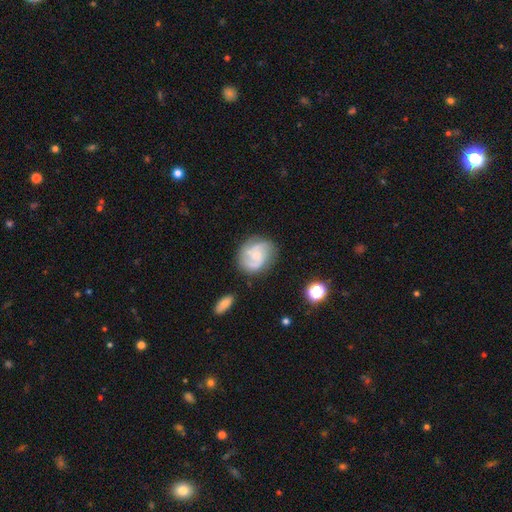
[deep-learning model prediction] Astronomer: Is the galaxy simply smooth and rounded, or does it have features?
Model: featured or disk — 73%.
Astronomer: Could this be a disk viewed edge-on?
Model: no — 98%.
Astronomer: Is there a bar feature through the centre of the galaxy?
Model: no — 63%.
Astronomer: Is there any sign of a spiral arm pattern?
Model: yes — 93%.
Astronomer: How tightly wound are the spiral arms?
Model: medium — 48% (runner-up: tight, 28%).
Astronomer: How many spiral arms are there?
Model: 2 — 51%.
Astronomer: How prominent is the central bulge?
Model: small — 63%.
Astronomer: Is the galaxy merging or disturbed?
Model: none — 71%.